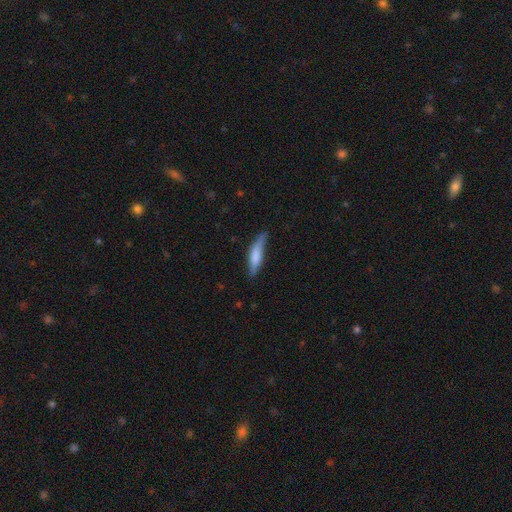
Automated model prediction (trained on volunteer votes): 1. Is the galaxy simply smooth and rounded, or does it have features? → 68% smooth, 26% featured or disk, 6% star or artifact.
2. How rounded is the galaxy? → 75% cigar-shaped, 23% in between, 2% round.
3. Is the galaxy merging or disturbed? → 64% none, 28% minor disturbance, 6% major disturbance, 2% merger.